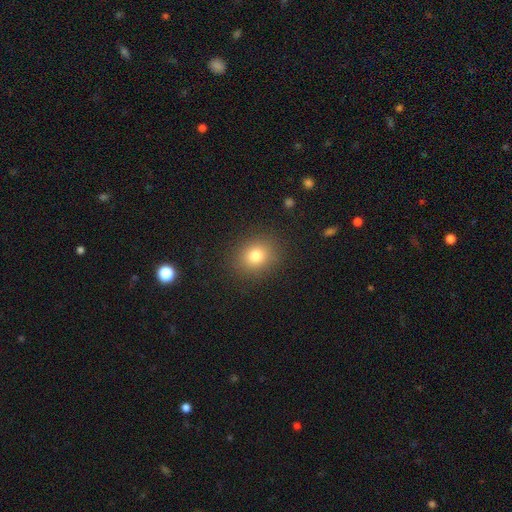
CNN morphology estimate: The model was most divided on "how rounded": round: 66%, in between: 33%, cigar-shaped: 1%. More confident: merging — none (88%); smooth or featured — smooth (79%).